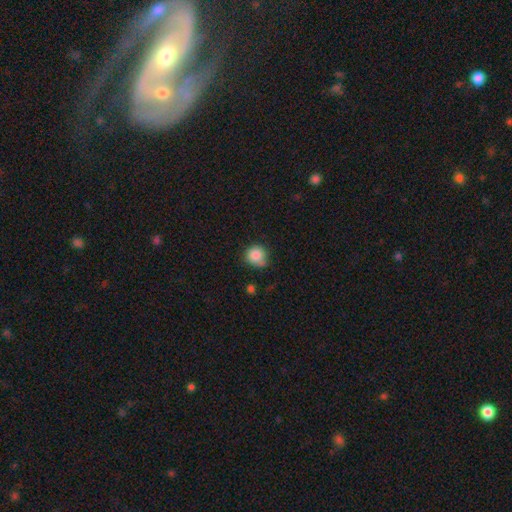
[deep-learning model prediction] The model was most divided on "merging": none: 60%, minor disturbance: 29%, major disturbance: 6%, merger: 4%. More confident: smooth or featured — smooth (85%); how rounded — round (85%).